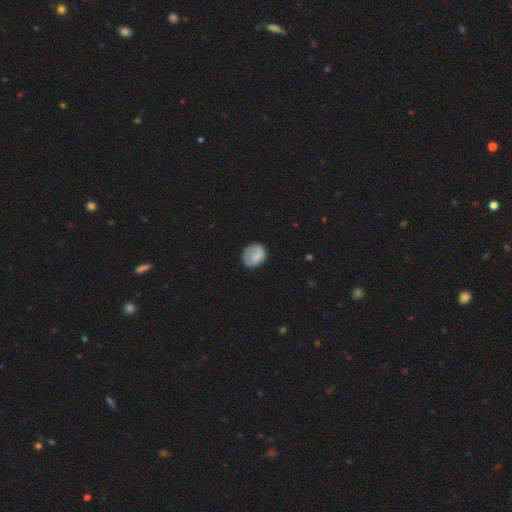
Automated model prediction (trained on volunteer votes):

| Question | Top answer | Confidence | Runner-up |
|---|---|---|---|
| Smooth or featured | smooth | 72% | featured or disk (21%) |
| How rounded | round | 63% | in between (36%) |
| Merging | none | 65% | minor disturbance (24%) |